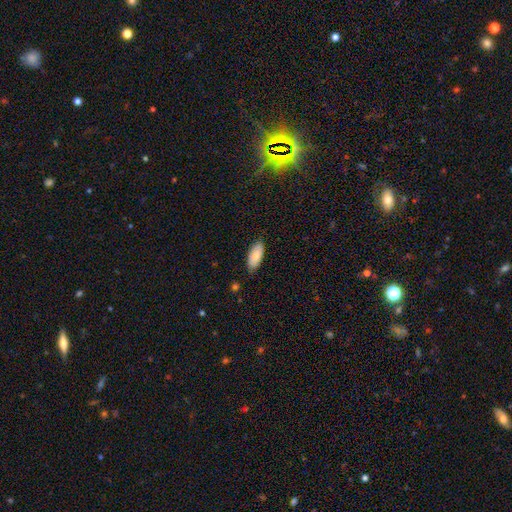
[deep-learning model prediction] smooth_or_featured: smooth (p=0.82) [alt: featured or disk p=0.12]
how_rounded: in between (p=0.89) [alt: cigar-shaped p=0.09]
merging: none (p=0.82) [alt: minor disturbance p=0.15]